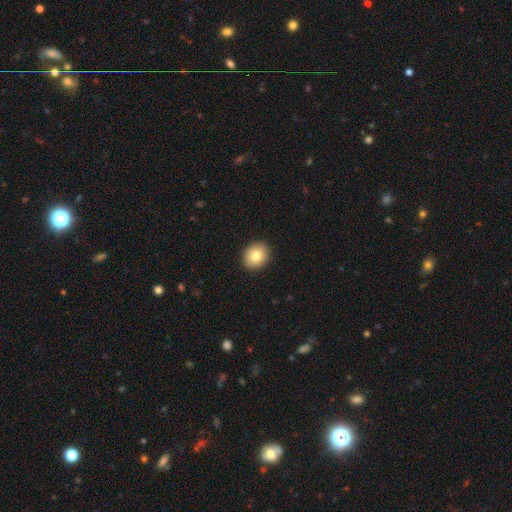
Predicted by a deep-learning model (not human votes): Smooth or featured? Predicted: smooth (p=0.81). How rounded? Predicted: round (p=0.62). Merging? Predicted: none (p=0.91).